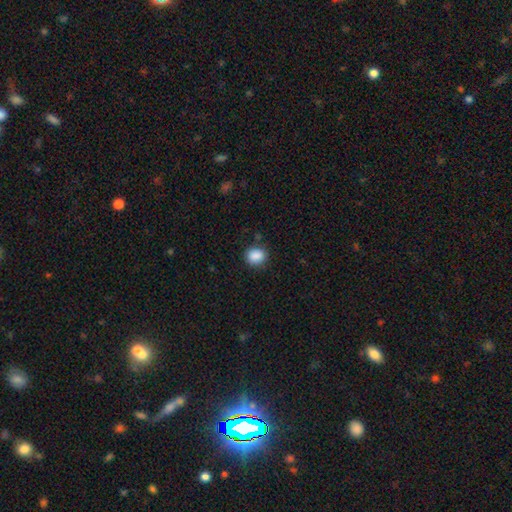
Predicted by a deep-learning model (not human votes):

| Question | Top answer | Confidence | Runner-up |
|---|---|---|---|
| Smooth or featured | smooth | 88% | star or artifact (9%) |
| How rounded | round | 63% | in between (36%) |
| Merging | none | 82% | minor disturbance (13%) |